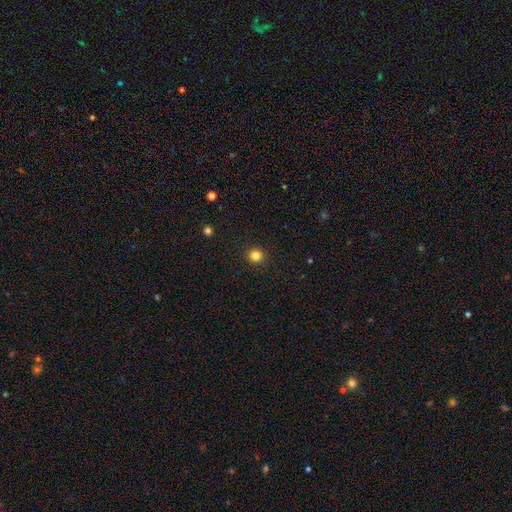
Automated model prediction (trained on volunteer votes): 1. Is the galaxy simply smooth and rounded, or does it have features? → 82% smooth, 13% star or artifact, 5% featured or disk.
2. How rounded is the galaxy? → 93% round, 6% in between, 1% cigar-shaped.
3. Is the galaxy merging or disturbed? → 93% none, 5% minor disturbance, 2% major disturbance, 1% merger.